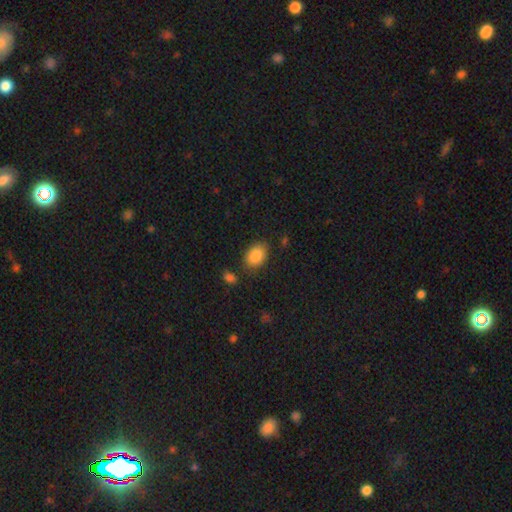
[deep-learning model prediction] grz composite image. It shows a smooth galaxy with no disk features (87%) that is in between round and cigar-shaped (82%). Merging: none (78%).